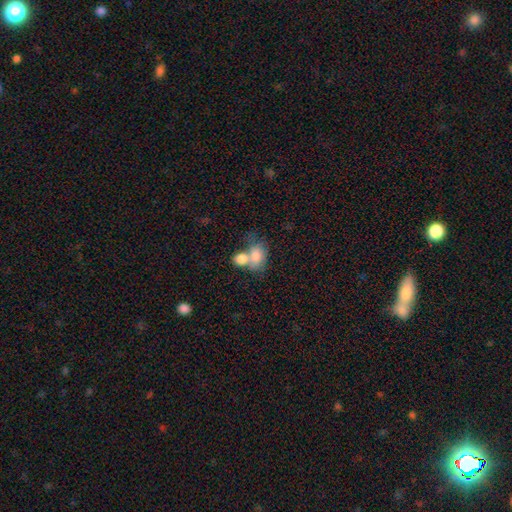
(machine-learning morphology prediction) smooth_or_featured: smooth (p=0.77) [alt: featured or disk p=0.15]
how_rounded: in between (p=0.77) [alt: round p=0.21]
merging: merger (p=0.62) [alt: none p=0.22]